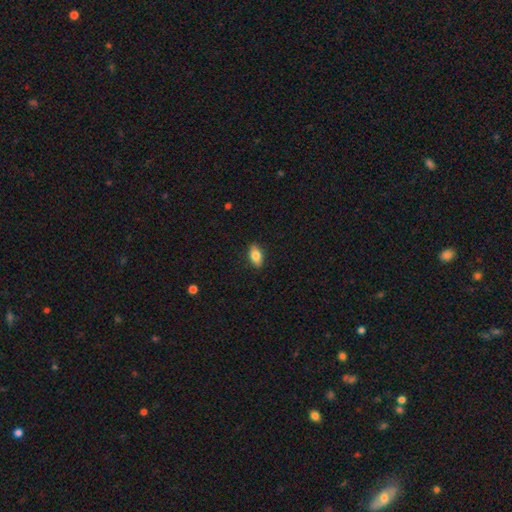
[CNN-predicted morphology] Overall: smooth (79%). How rounded: in between (88%). Merging: none (88%).